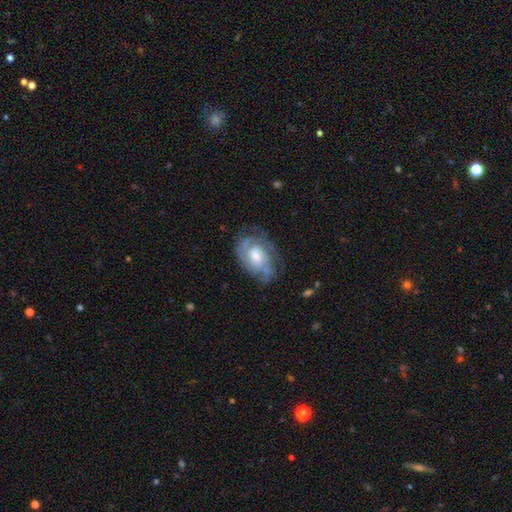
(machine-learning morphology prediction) smooth_or_featured: featured or disk (p=0.78) [alt: smooth p=0.16]
disk_edge_on: no (p=0.96) [alt: yes p=0.04]
bar: no (p=0.69) [alt: weak p=0.27]
has_spiral_arms: yes (p=0.90) [alt: no p=0.10]
spiral_winding: tight (p=0.55) [alt: medium p=0.35]
spiral_arm_count: can't tell (p=0.37) [alt: 2 p=0.29]
bulge_size: moderate (p=0.61) [alt: small p=0.21]
merging: none (p=0.68) [alt: minor disturbance p=0.21]